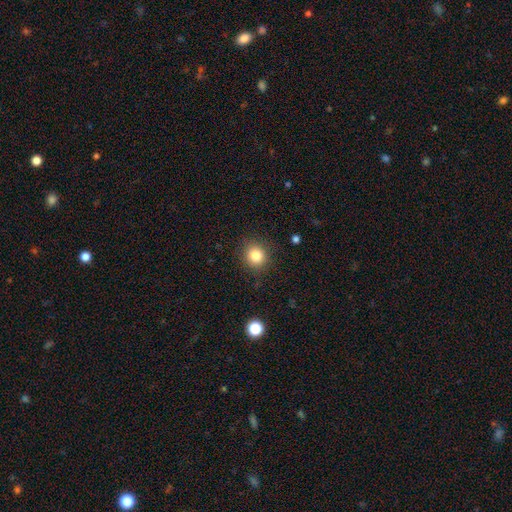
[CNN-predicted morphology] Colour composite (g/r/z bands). It shows a smooth galaxy with no disk features (82%) that is round (86%). Merging: none (88%).